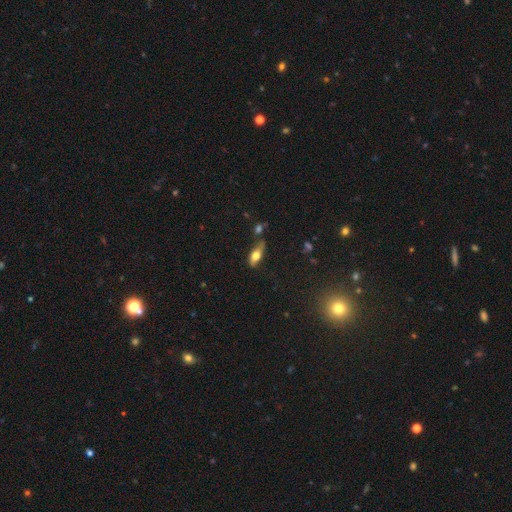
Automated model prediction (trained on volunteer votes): smooth-or-featured: smooth: 57% | featured or disk: 34% | star or artifact: 8%
  how-rounded: in between: 67% | cigar-shaped: 29% | round: 4%
  merging: none: 56% | minor disturbance: 24% | merger: 11% | major disturbance: 9%